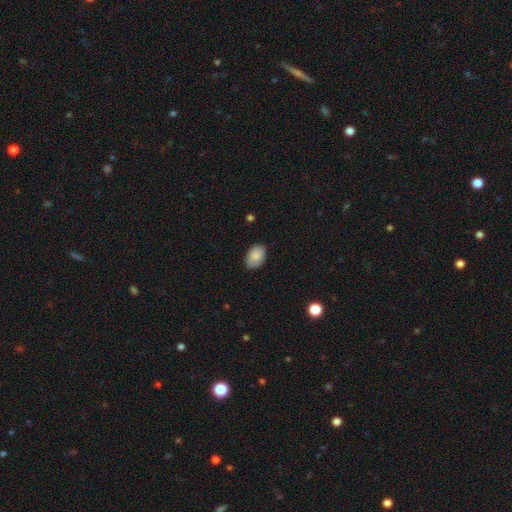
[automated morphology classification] Overall: smooth (86%). How rounded: in between (89%). Merging: none (85%).